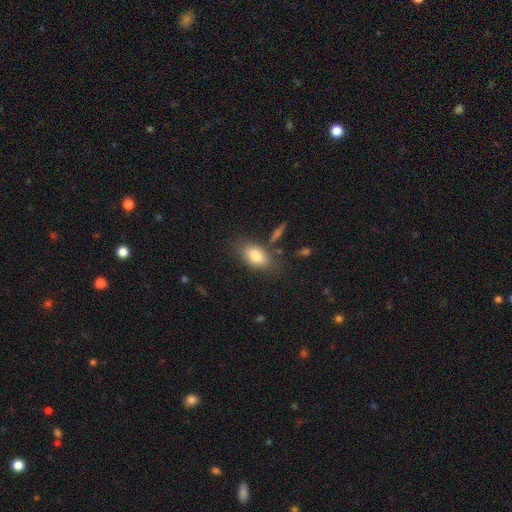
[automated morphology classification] A smooth galaxy with no disk features (82%) that is in between round and cigar-shaped (89%). Merging: none (72%).